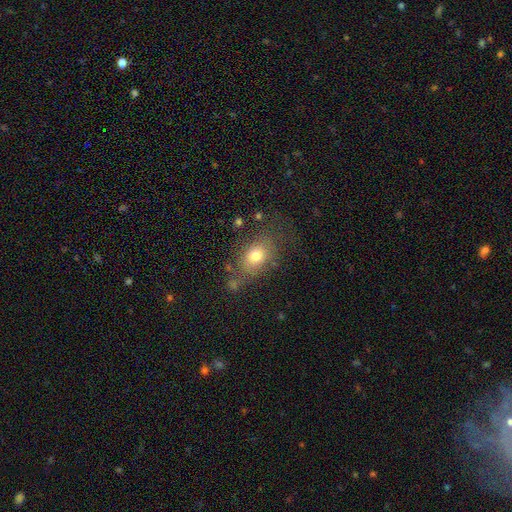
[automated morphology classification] Q: Smooth or featured?
A: smooth (74%); runner-up: featured or disk (15%)
Q: How rounded?
A: in between (70%); runner-up: round (28%)
Q: Merging?
A: none (62%); runner-up: minor disturbance (21%)